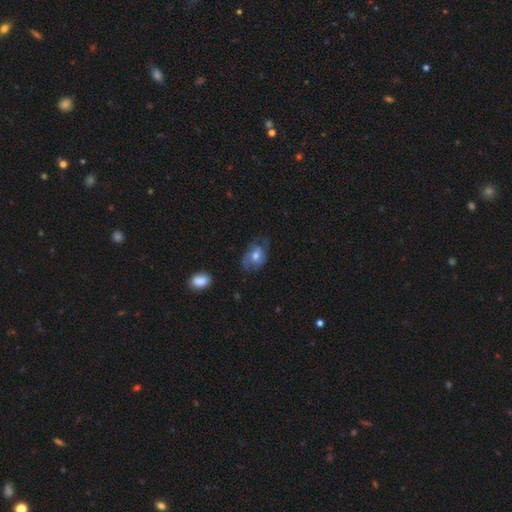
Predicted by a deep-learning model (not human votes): A featured or disk galaxy (50%). Merging: none (57%).